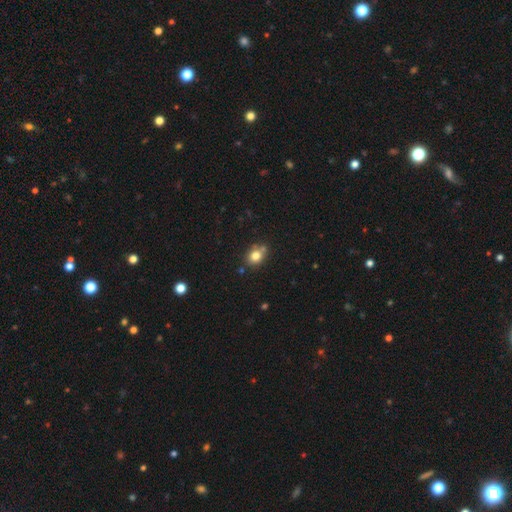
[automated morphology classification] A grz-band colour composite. It shows a smooth galaxy with no disk features (79%) that is round (55%). Merging: none (67%).